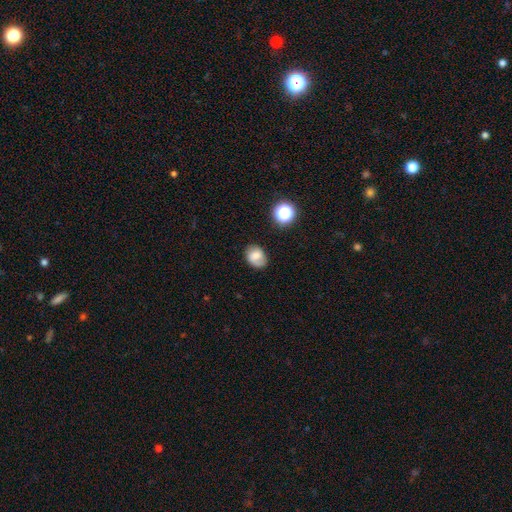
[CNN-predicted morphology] smooth_or_featured: smooth (p=0.62) [alt: featured or disk p=0.26]
how_rounded: in between (p=0.55) [alt: round p=0.44]
merging: none (p=0.71) [alt: minor disturbance p=0.21]